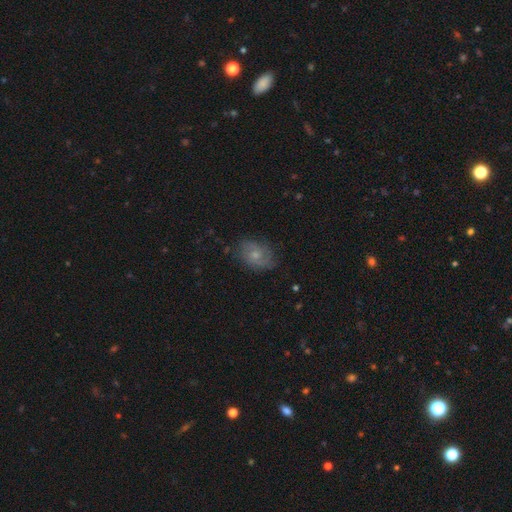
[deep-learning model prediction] The model was most divided on "bulge size": small: 52%, moderate: 40%, none: 4%, large: 2%, dominant: 1%. More confident: edge-on disk — no (96%); spiral arms — yes (81%); bar — no (75%); merging — none (70%); smooth or featured — featured or disk (53%).